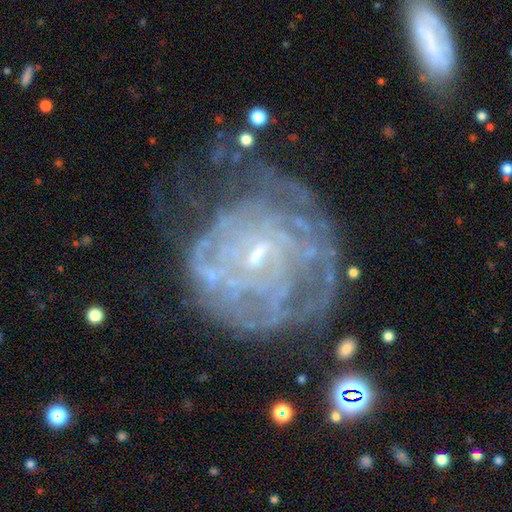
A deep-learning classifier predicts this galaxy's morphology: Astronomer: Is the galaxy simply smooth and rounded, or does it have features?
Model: featured or disk — 77%.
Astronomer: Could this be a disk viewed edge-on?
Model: no — 97%.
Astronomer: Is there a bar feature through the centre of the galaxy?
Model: no — 46% (runner-up: weak, 43%).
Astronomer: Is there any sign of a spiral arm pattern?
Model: yes — 72%.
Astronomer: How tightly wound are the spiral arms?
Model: tight — 70%.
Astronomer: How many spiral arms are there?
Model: can't tell — 61%.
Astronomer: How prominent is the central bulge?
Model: small — 73%.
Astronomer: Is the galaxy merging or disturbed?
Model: none — 48% (runner-up: major disturbance, 24%).